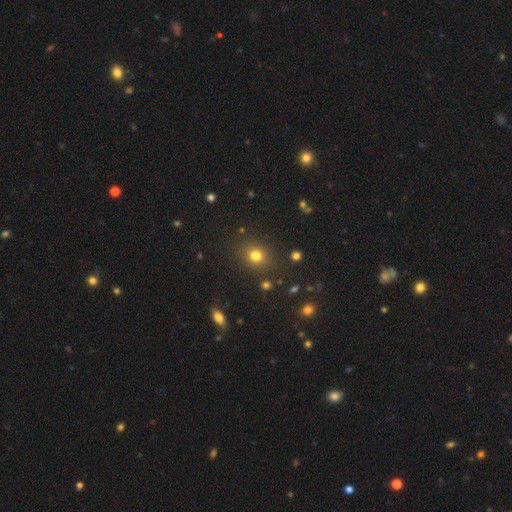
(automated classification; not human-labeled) This appears to be a smooth galaxy with no disk features (77%) that is round (76%). Merging: none (86%).